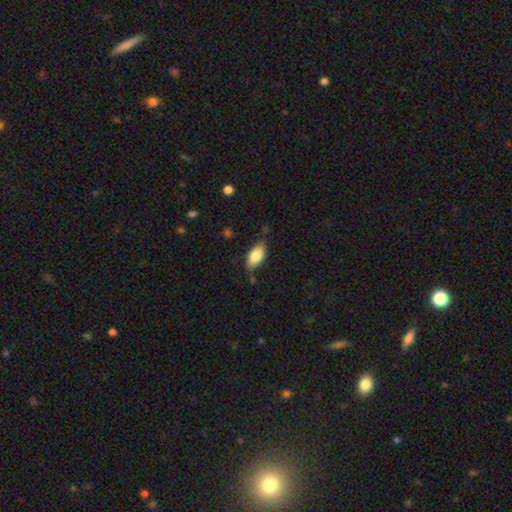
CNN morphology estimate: This appears to be a smooth galaxy with no disk features (82%) that is in between round and cigar-shaped (89%). Merging: none (77%).